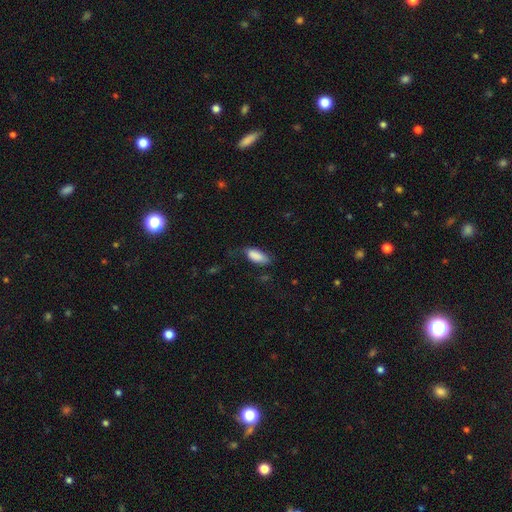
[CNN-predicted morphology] Smooth or featured: smooth — 86% (featured or disk — 8%)
How rounded: in between — 88% (cigar-shaped — 10%)
Merging: none — 53% (minor disturbance — 29%)